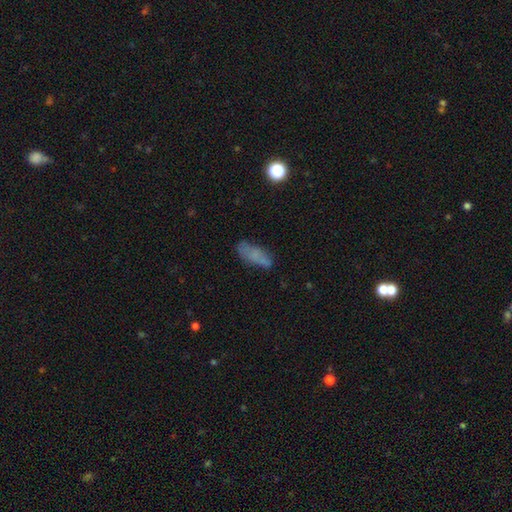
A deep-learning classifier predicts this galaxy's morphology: Smooth or featured?
  - smooth: 63% *
  - featured or disk: 24%
  - star or artifact: 13%
How rounded?
  - in between: 69% *
  - cigar-shaped: 27%
  - round: 4%
Merging?
  - none: 61% *
  - minor disturbance: 24%
  - major disturbance: 10%
  - merger: 5%